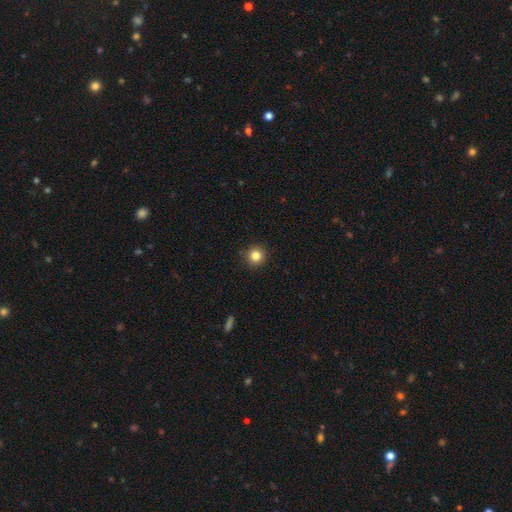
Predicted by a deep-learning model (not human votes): This is clearly a smooth galaxy (83%). How rounded: clearly round (95%). Merging: clearly none (92%).